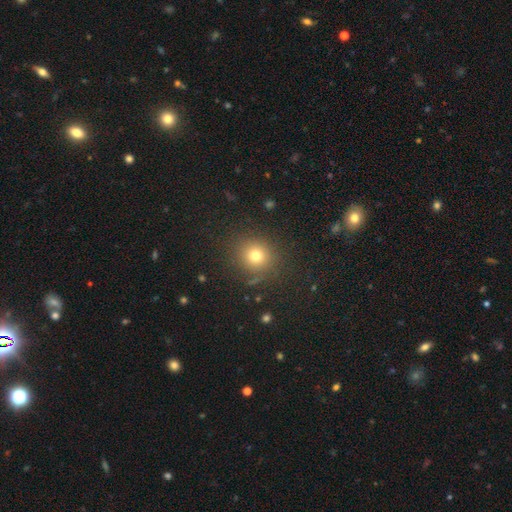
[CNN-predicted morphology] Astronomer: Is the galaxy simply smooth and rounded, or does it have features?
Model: smooth — 74%.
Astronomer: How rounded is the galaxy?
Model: round — 90%.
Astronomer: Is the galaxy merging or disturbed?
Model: none — 87%.